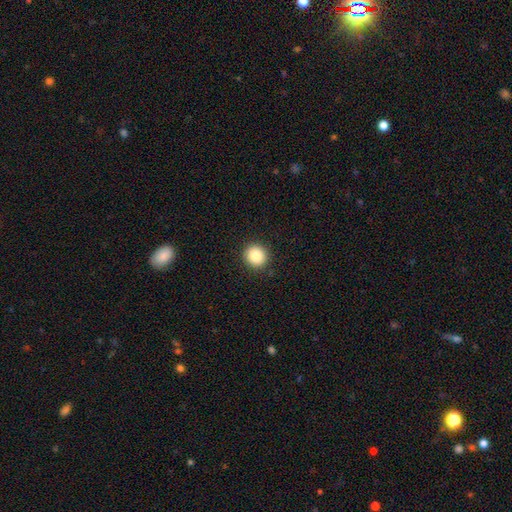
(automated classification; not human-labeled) Smooth or featured: smooth — 86% (star or artifact — 9%)
How rounded: round — 91% (in between — 8%)
Merging: none — 92% (minor disturbance — 5%)